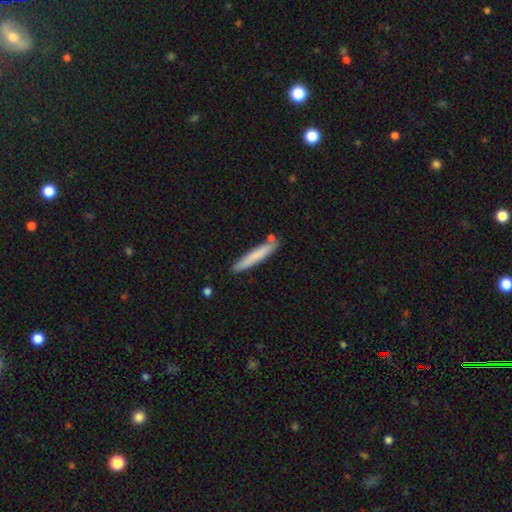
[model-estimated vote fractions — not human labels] A smooth galaxy with no disk features (75%) that is cigar-shaped (94%). Merging: none (83%).